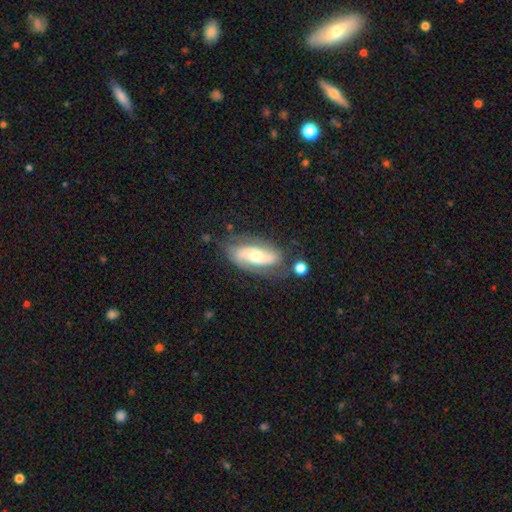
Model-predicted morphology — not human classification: Overall: featured or disk (67%). Edge-on disk: no (90%). Bar: no (55%; weak 29%). Spiral arms: yes (87%). Spiral arm count: 2 (79%). Spiral winding: medium (41%; loose 30%). Bulge size: moderate (57%; small 29%). Merging: none (65%).